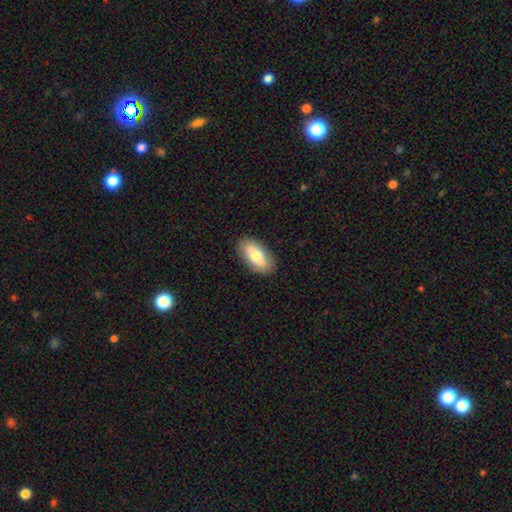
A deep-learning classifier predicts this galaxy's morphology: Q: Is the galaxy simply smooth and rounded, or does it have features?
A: smooth — 75%.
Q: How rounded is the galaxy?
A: in between — 90%.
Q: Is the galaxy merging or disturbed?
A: none — 88%.